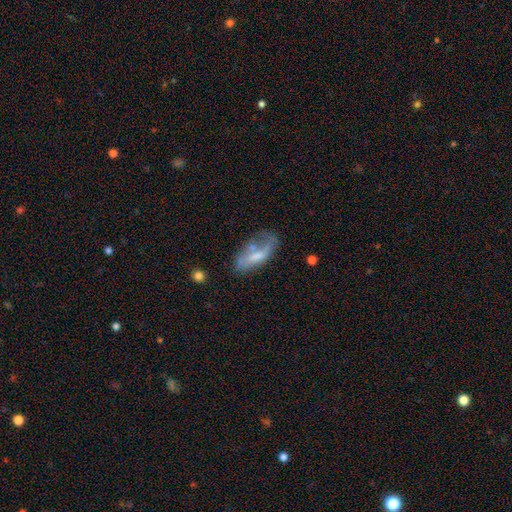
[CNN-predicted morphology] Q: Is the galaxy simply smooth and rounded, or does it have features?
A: smooth — 51%.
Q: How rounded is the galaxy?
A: in between — 72%.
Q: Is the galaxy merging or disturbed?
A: none — 36%.